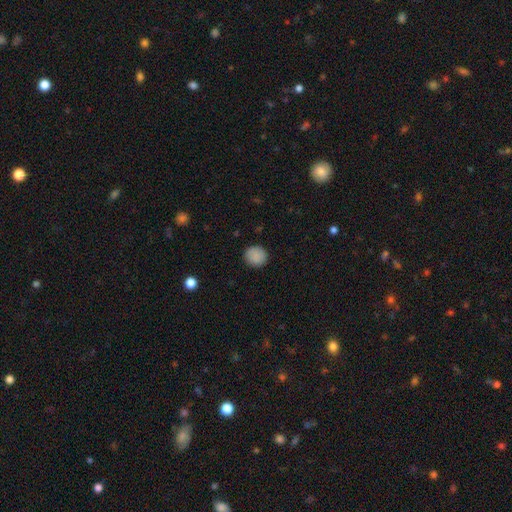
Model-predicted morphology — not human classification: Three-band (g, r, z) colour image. It shows a smooth galaxy with no disk features (88%) that is round (87%). Merging: none (89%).